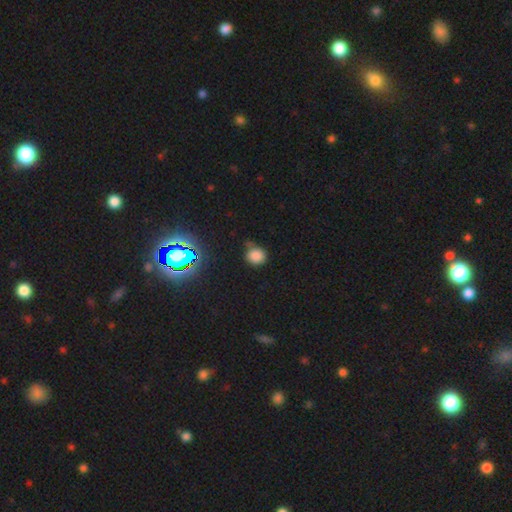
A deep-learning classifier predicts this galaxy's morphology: Smooth or featured? Predicted: smooth (p=0.77). How rounded? Predicted: round (p=0.77). Merging? Predicted: none (p=0.62).